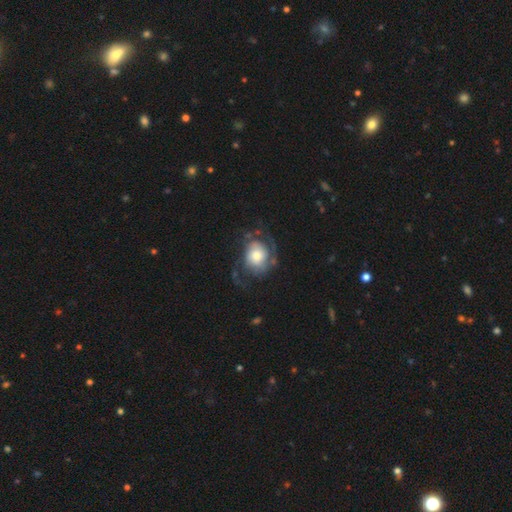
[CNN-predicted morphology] This appears to be a featured or disk galaxy (67%) with no bar (78%), 2 (59%) medium (41%) spiral arms (85%) and a moderate central bulge (43%). Merging: none (54%).